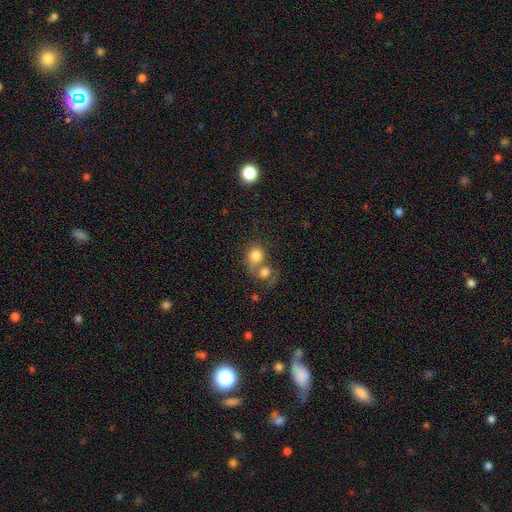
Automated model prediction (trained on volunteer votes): smooth-or-featured: smooth: 77% | featured or disk: 13% | star or artifact: 9%
  how-rounded: round: 73% | in between: 26% | cigar-shaped: 1%
  merging: merger: 59% | none: 27% | minor disturbance: 8% | major disturbance: 6%